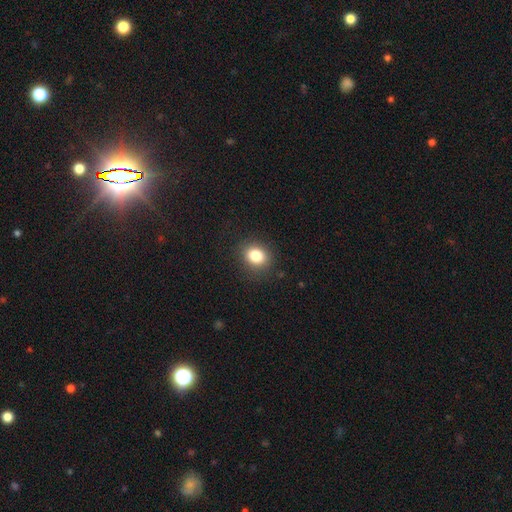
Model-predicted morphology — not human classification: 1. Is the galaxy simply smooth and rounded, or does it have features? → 82% smooth, 11% star or artifact, 7% featured or disk.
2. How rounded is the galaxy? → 59% round, 41% in between, 1% cigar-shaped.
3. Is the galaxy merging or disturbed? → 87% none, 9% minor disturbance, 3% major disturbance, 1% merger.